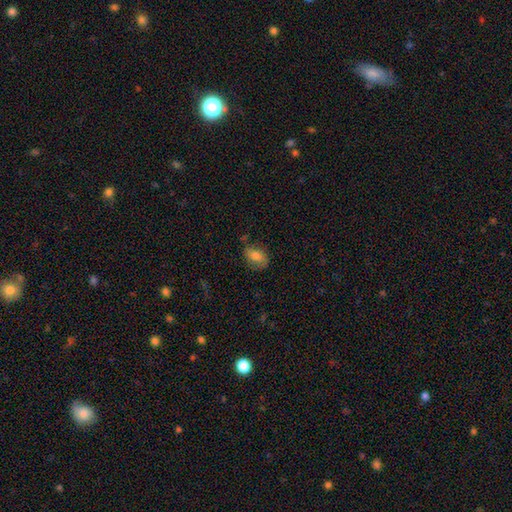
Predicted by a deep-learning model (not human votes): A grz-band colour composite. It shows a smooth galaxy with no disk features (76%) that is in between round and cigar-shaped (84%). Merging: none (67%).